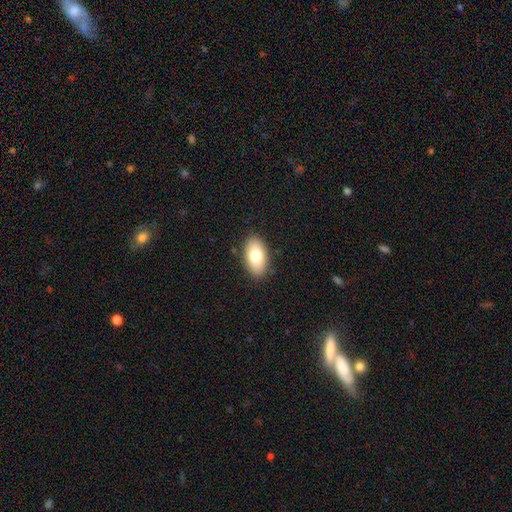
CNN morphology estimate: smooth_or_featured: smooth (p=0.77) [alt: featured or disk p=0.16]
how_rounded: in between (p=0.93) [alt: round p=0.05]
merging: none (p=0.88) [alt: minor disturbance p=0.09]